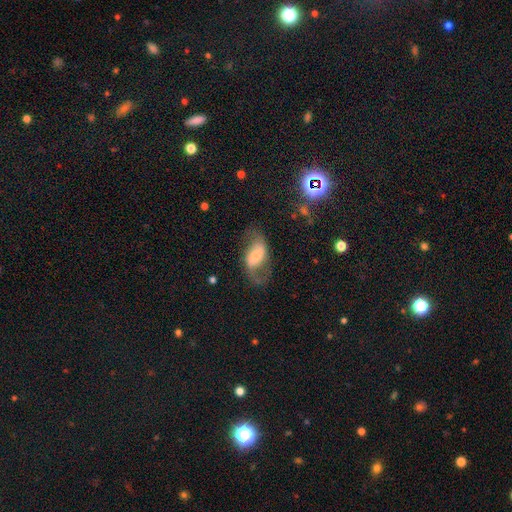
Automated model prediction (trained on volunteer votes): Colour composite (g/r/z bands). It shows a featured or disk galaxy (69%) with a weak bar (41%), 2 (89%) loose (62%) spiral arms (88%) and a small central bulge (38%). Merging: none (63%).